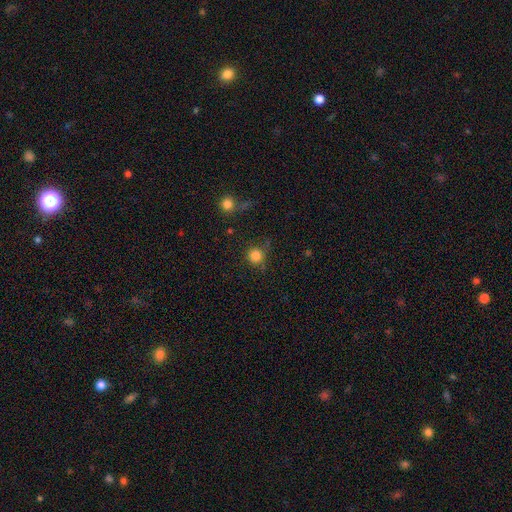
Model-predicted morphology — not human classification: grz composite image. It shows a smooth galaxy with no disk features (83%) that is round (94%). Merging: none (78%).